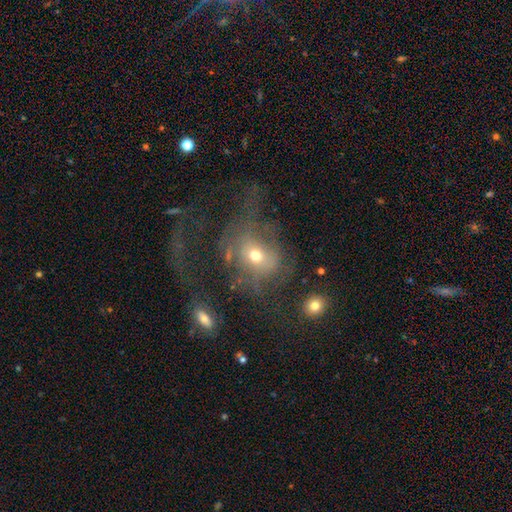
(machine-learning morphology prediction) Overall: featured or disk (45%; smooth 40%). Merging: major disturbance (47%; none 32%).